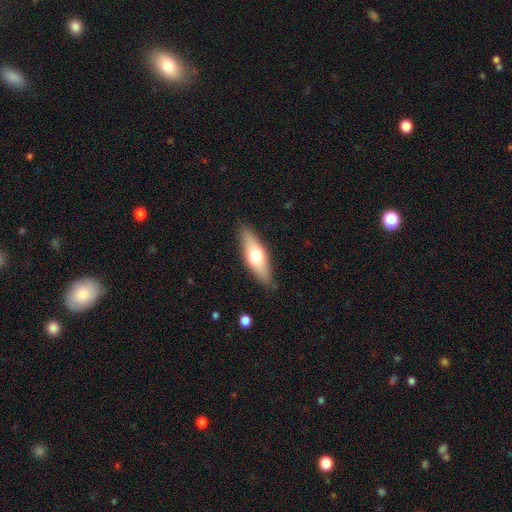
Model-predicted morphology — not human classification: Q: Smooth or featured?
A: smooth (57%); runner-up: featured or disk (37%)
Q: How rounded?
A: in between (53%); runner-up: cigar-shaped (45%)
Q: Merging?
A: none (85%); runner-up: minor disturbance (11%)